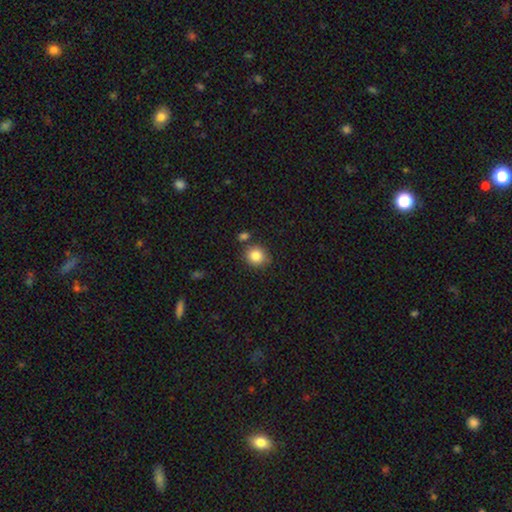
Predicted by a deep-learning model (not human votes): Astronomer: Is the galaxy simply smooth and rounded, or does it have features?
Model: smooth — 85%.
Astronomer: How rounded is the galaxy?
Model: round — 82%.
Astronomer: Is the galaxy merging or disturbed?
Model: none — 78%.